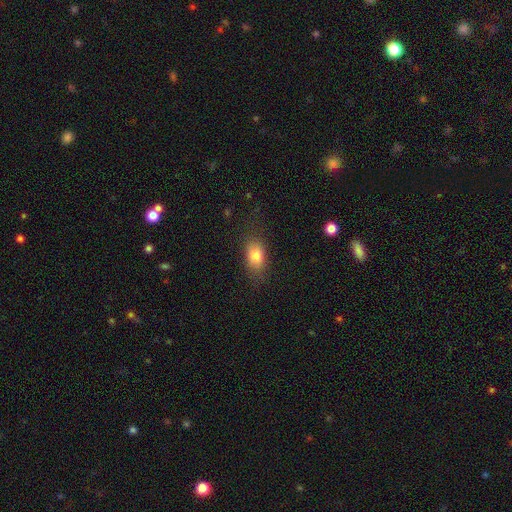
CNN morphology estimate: A smooth galaxy with no disk features (81%) that is in between round and cigar-shaped (84%).

Vote fractions:
- Smooth or featured? smooth: 81% / featured or disk: 10% / star or artifact: 9%
- How rounded? in between: 84% / round: 12% / cigar-shaped: 4%
- Merging? none: 74% / minor disturbance: 18% / major disturbance: 7% / merger: 1%